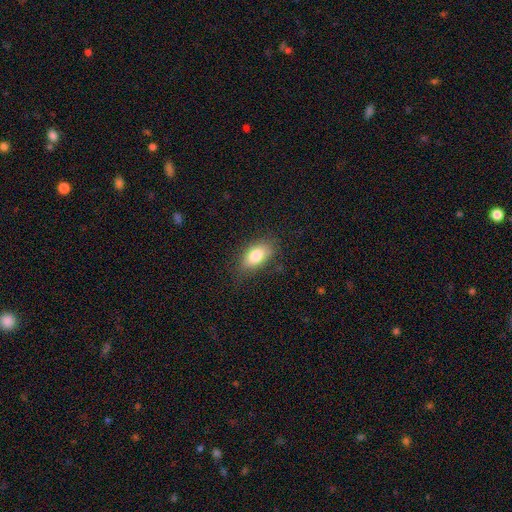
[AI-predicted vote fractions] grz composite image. It shows a smooth galaxy with no disk features (80%) that is in between round and cigar-shaped (89%). Merging: none (77%).